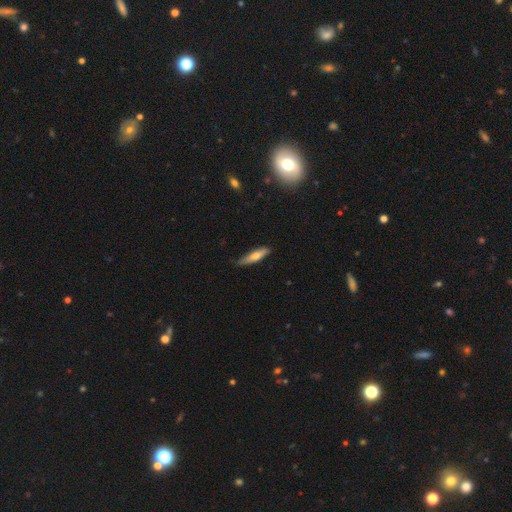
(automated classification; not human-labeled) Morphology: type=smooth (62%); roundness=cigar-shaped (77%); merging=none (77%).